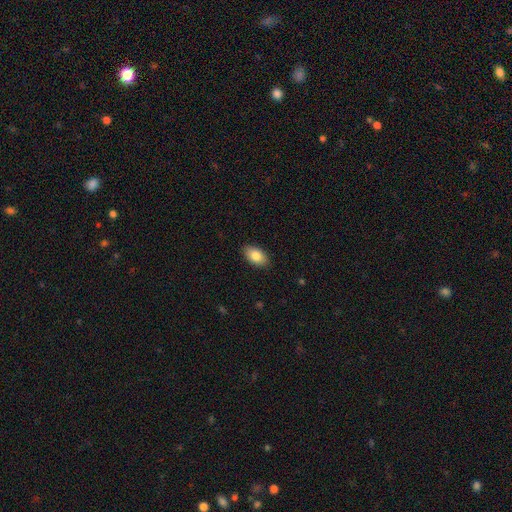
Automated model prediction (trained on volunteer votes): This is clearly a smooth galaxy (84%). How rounded: clearly in between (92%). Merging: clearly none (89%).